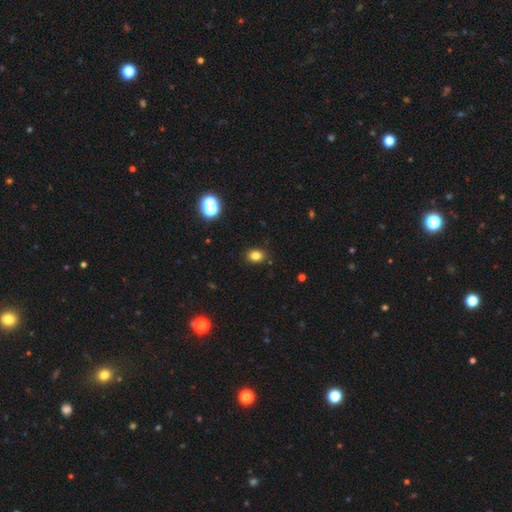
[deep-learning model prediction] A smooth galaxy with no disk features (81%) that is in between round and cigar-shaped (54%).

Vote fractions:
- Smooth or featured? smooth: 81% / star or artifact: 14% / featured or disk: 6%
- How rounded? in between: 54% / round: 45% / cigar-shaped: 1%
- Merging? none: 88% / minor disturbance: 8% / major disturbance: 2% / merger: 1%